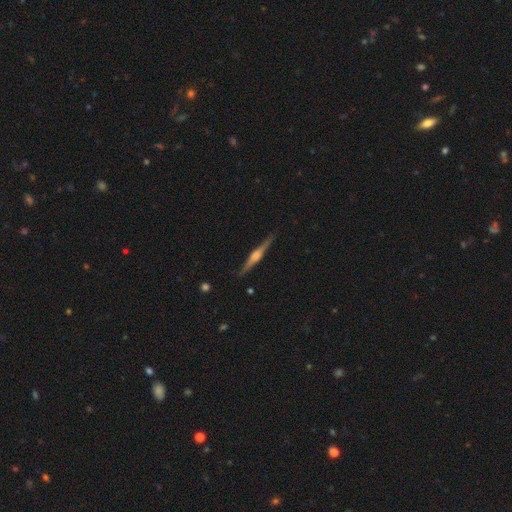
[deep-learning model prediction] Morphology: type=featured or disk (77%); edge-on=yes (98%); edge-on bulge=rounded (78%); merging=none (89%).